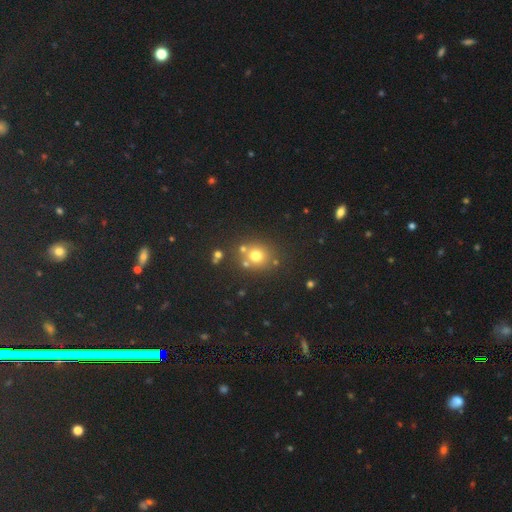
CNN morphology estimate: type=smooth (70%); roundness=round (82%); merging=none (71%).